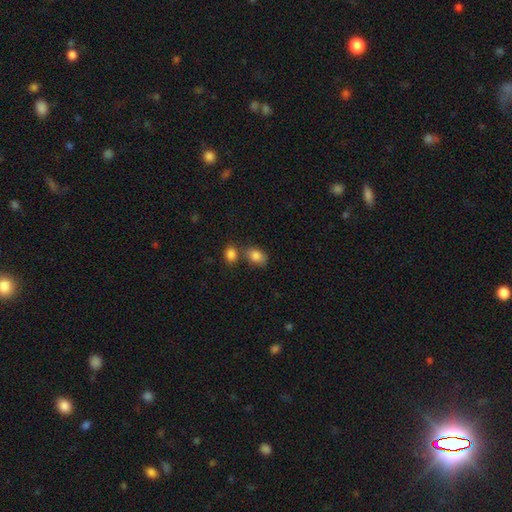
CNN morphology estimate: This appears to be a smooth galaxy with no disk features (85%) that is in between round and cigar-shaped (81%). Merging: none (55%).